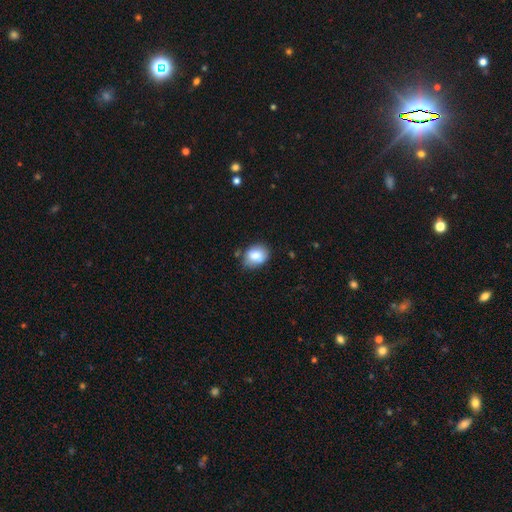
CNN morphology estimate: The model was most divided on "how rounded": in between: 55%, round: 44%, cigar-shaped: 1%. More confident: smooth or featured — smooth (81%); merging — none (70%).